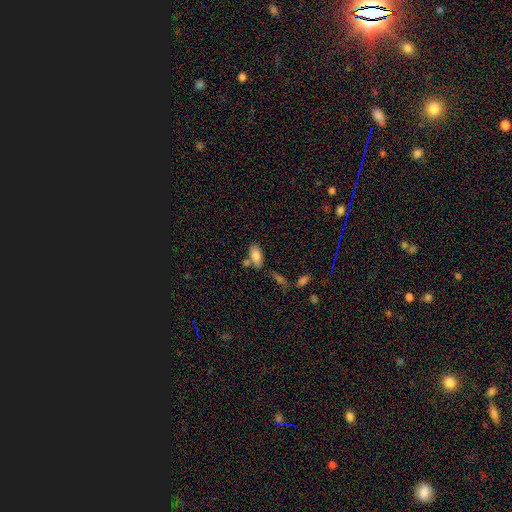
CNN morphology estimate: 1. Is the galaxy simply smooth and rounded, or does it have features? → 82% smooth, 10% featured or disk, 7% star or artifact.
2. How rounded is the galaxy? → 90% in between, 7% cigar-shaped, 3% round.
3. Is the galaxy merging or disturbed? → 61% none, 18% merger, 16% minor disturbance, 5% major disturbance.